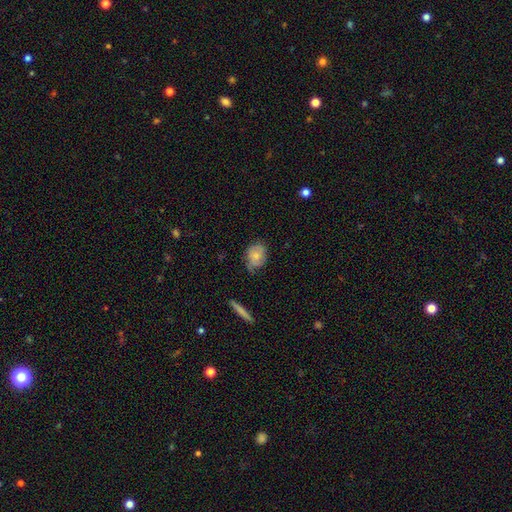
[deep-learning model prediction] Morphology: type=smooth (60%); roundness=in between (63%); merging=none (61%).